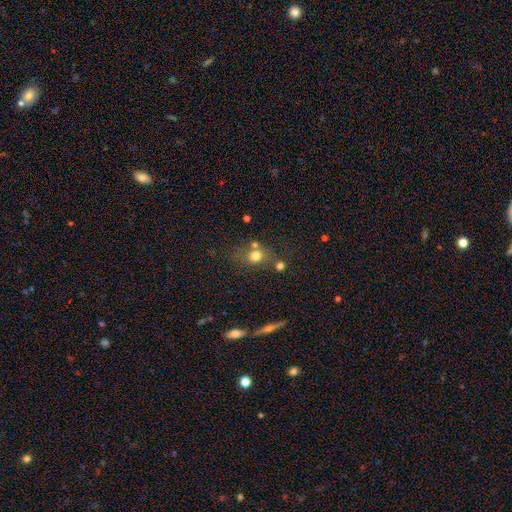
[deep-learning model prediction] A smooth galaxy with no disk features (71%) that is round (62%).

Vote fractions:
- Smooth or featured? smooth: 71% / star or artifact: 15% / featured or disk: 14%
- How rounded? round: 62% / in between: 36% / cigar-shaped: 2%
- Merging? none: 56% / merger: 23% / minor disturbance: 14% / major disturbance: 7%